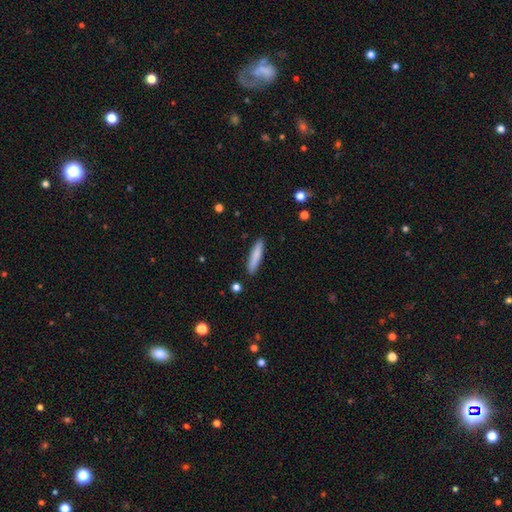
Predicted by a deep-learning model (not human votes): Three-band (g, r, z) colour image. It shows a smooth galaxy with no disk features (82%) that is cigar-shaped (86%). Merging: none (90%).